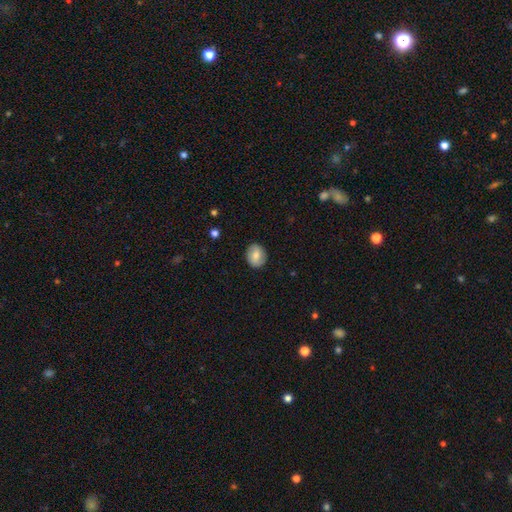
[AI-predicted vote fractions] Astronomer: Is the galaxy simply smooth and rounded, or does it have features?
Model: smooth — 72%.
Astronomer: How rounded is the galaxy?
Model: round — 60% (runner-up: in between, 39%).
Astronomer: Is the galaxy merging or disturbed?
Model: none — 87%.